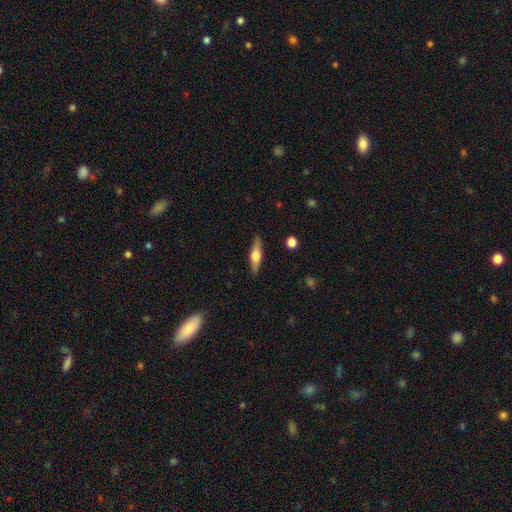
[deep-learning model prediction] This appears to be a featured or disk galaxy (47%). Merging: none (88%).